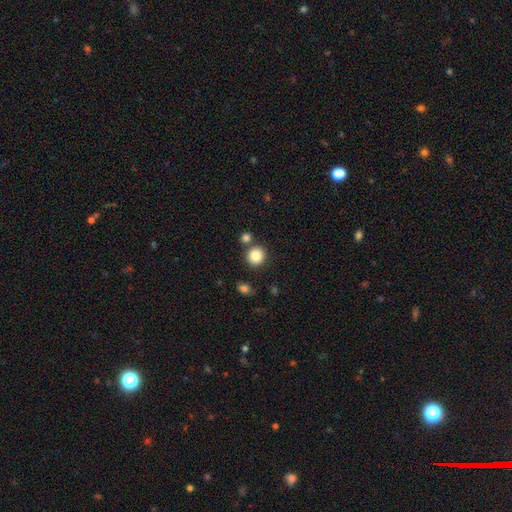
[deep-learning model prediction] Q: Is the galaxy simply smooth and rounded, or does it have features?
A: smooth — 85%.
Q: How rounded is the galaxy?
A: round — 89%.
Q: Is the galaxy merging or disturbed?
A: none — 76%.